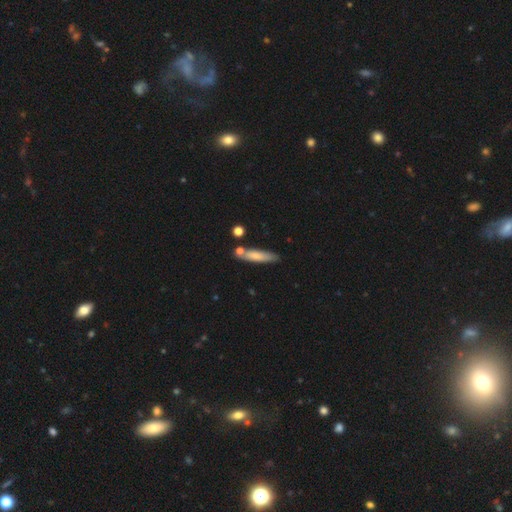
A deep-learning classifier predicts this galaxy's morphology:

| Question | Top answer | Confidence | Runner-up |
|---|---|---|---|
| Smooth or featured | smooth | 73% | featured or disk (20%) |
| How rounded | cigar-shaped | 82% | in between (16%) |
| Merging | none | 73% | minor disturbance (15%) |